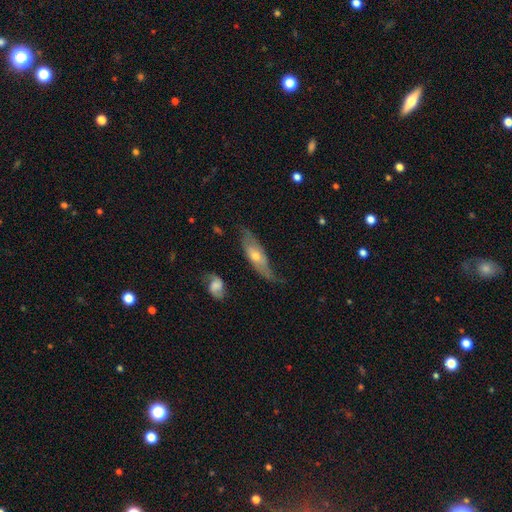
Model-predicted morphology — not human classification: A featured or disk galaxy (57%). Merging: none (55%).